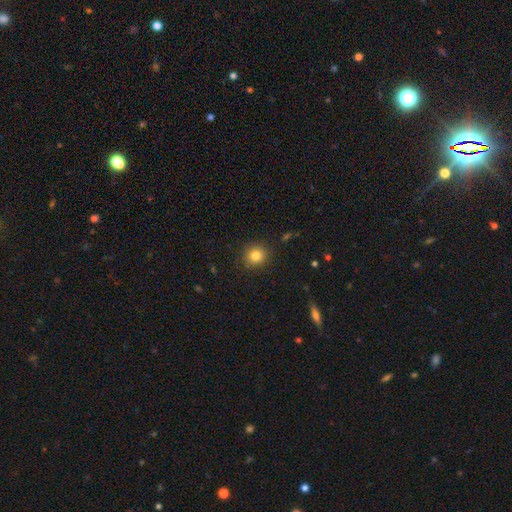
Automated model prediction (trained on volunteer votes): Morphology: type=smooth (82%); roundness=round (88%); merging=none (89%).